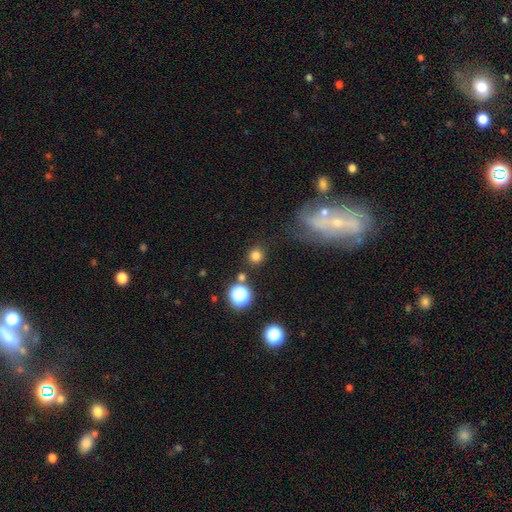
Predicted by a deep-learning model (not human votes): Smooth or featured: smooth — 77% (star or artifact — 17%)
How rounded: round — 92% (in between — 7%)
Merging: none — 84% (minor disturbance — 8%)